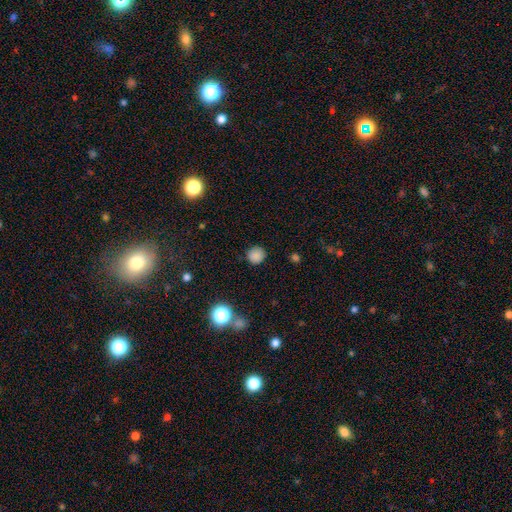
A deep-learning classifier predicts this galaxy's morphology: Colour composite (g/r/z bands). It shows a smooth galaxy with no disk features (84%) that is round (91%). Merging: none (86%).